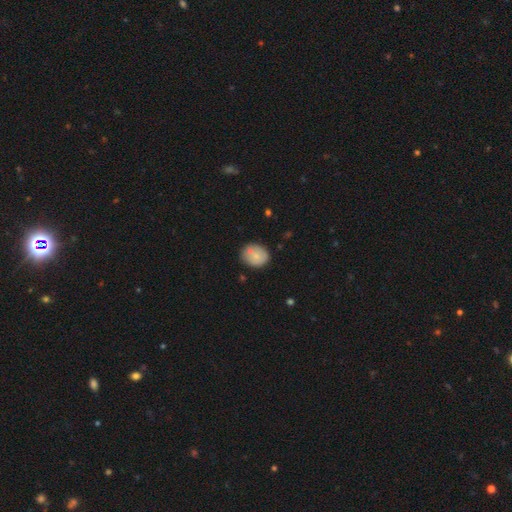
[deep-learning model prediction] Overall: smooth (73%). How rounded: round (57%; in between 42%). Merging: none (68%).